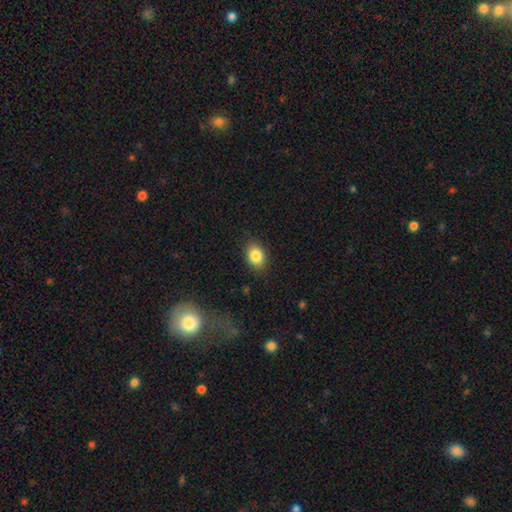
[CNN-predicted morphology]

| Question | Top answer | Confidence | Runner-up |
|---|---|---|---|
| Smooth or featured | smooth | 85% | star or artifact (9%) |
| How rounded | in between | 65% | round (34%) |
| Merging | none | 84% | minor disturbance (12%) |